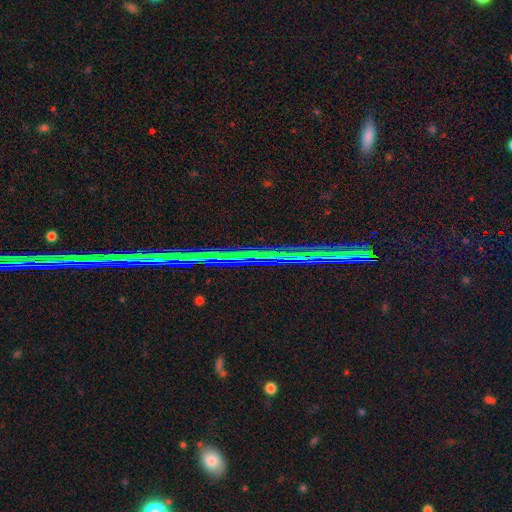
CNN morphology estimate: This is clearly a star or artifact rather than a galaxy (86%).